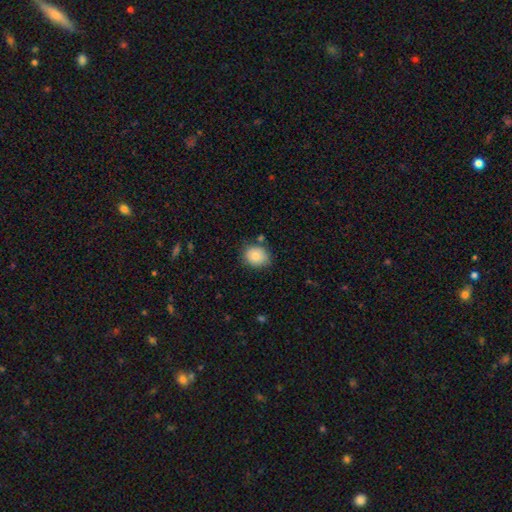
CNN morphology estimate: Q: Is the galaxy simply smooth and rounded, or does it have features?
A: smooth — 82%.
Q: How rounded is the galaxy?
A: round — 70%.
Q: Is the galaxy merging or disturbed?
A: none — 75%.